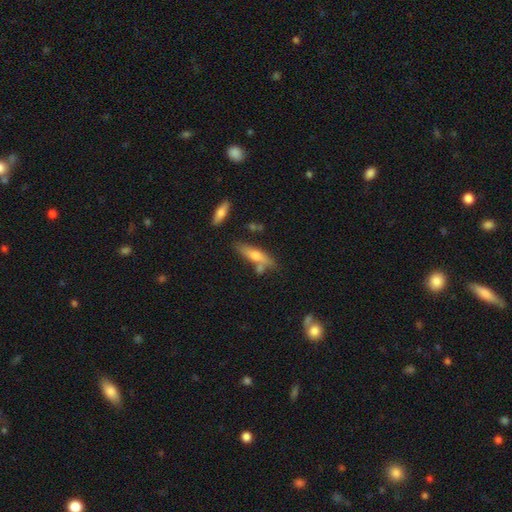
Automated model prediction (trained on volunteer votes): Q: Smooth or featured?
A: smooth (50%); runner-up: featured or disk (42%)
Q: How rounded?
A: cigar-shaped (67%); runner-up: in between (30%)
Q: Merging?
A: none (68%); runner-up: minor disturbance (17%)